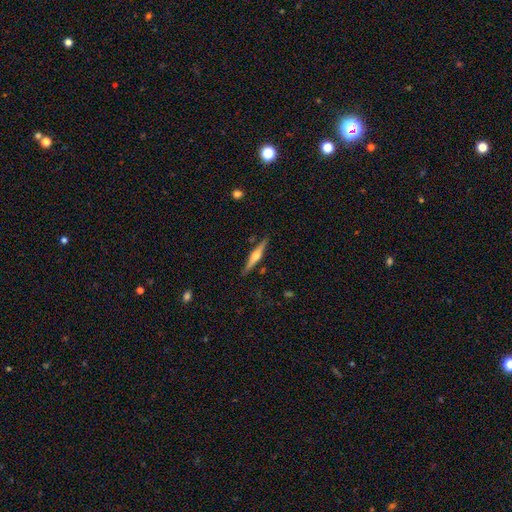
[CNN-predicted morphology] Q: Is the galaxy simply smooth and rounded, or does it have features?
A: featured or disk — 71%.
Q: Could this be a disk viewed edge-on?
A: yes — 98%.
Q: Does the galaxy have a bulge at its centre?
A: rounded — 91%.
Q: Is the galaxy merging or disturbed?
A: none — 87%.